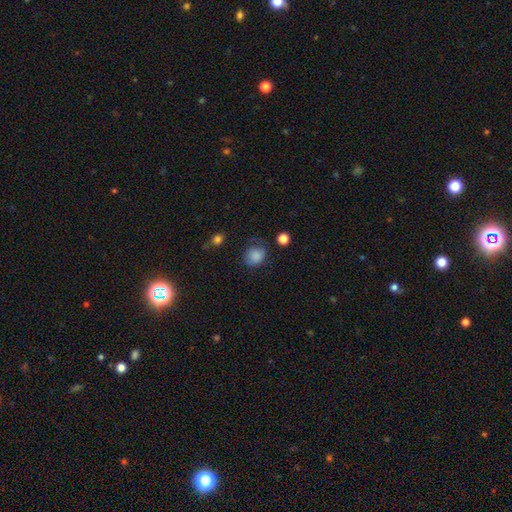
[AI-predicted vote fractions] A smooth galaxy with no disk features (84%) that is round (75%).

Vote fractions:
- Smooth or featured? smooth: 84% / star or artifact: 10% / featured or disk: 6%
- How rounded? round: 75% / in between: 25% / cigar-shaped: 1%
- Merging? none: 63% / minor disturbance: 25% / major disturbance: 9% / merger: 3%